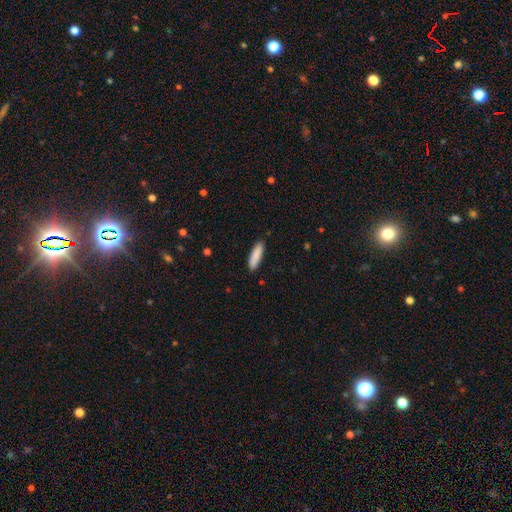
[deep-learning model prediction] Smooth or featured? Predicted: smooth (p=0.88). How rounded? Predicted: cigar-shaped (p=0.67). Merging? Predicted: none (p=0.88).